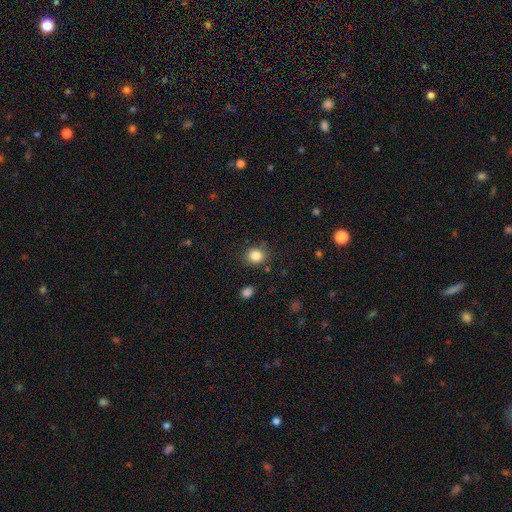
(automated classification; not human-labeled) smooth 84%, star or artifact 10%, featured or disk 5%. Down the decision tree: how rounded — round (73%); merging — none (83%).